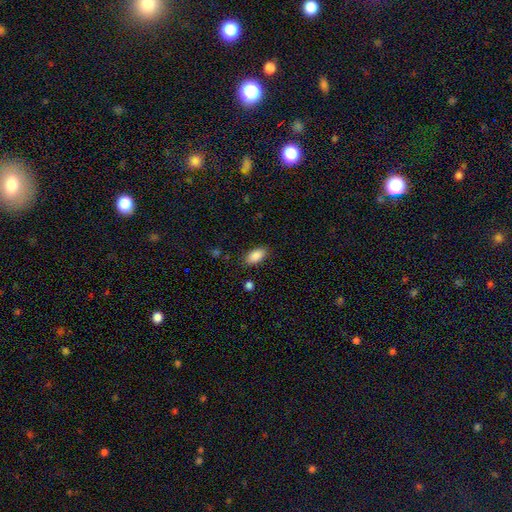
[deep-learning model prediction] Q: Smooth or featured?
A: smooth (88%); runner-up: star or artifact (7%)
Q: How rounded?
A: in between (92%); runner-up: cigar-shaped (4%)
Q: Merging?
A: none (85%); runner-up: minor disturbance (11%)